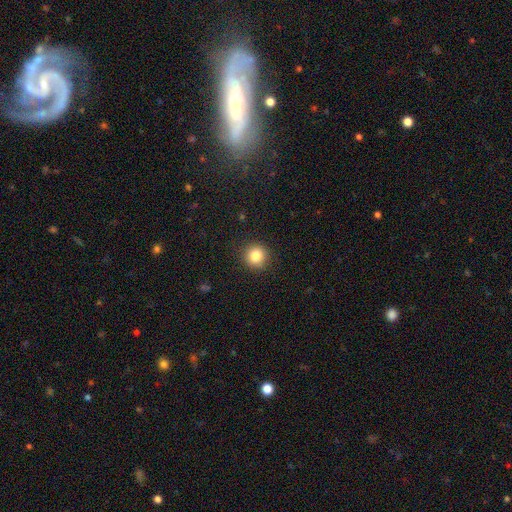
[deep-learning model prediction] A smooth galaxy with no disk features (84%) that is round (94%).

Vote fractions:
- Smooth or featured? smooth: 84% / star or artifact: 10% / featured or disk: 5%
- How rounded? round: 94% / in between: 6% / cigar-shaped: 1%
- Merging? none: 91% / minor disturbance: 6% / major disturbance: 2% / merger: 1%